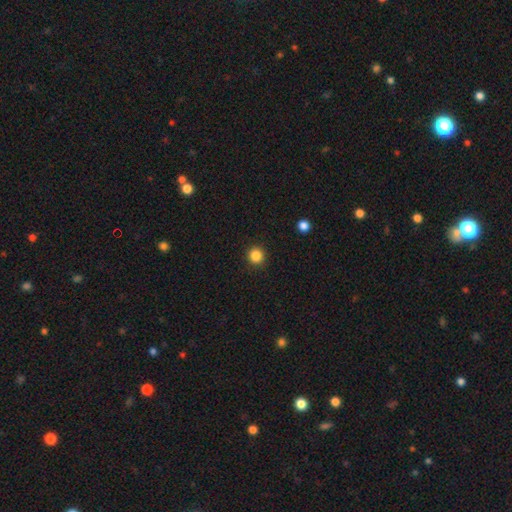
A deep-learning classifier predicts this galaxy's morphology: The model was most divided on "smooth or featured": smooth: 85%, star or artifact: 11%, featured or disk: 3%. More confident: how rounded — round (94%); merging — none (92%).